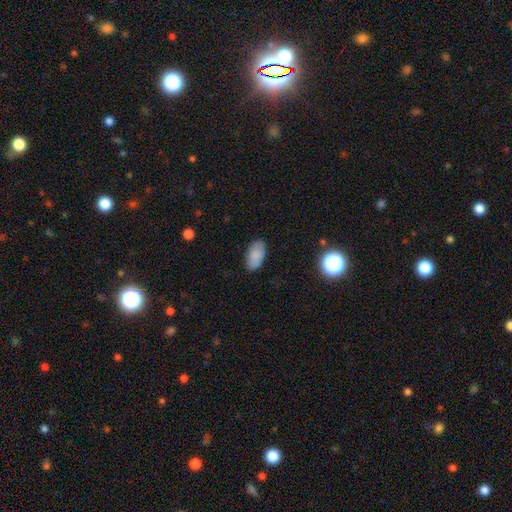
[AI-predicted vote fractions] A smooth galaxy with no disk features (84%) that is in between round and cigar-shaped (94%).

Vote fractions:
- Smooth or featured? smooth: 84% / star or artifact: 8% / featured or disk: 7%
- How rounded? in between: 94% / round: 4% / cigar-shaped: 2%
- Merging? none: 84% / minor disturbance: 12% / major disturbance: 3% / merger: 1%